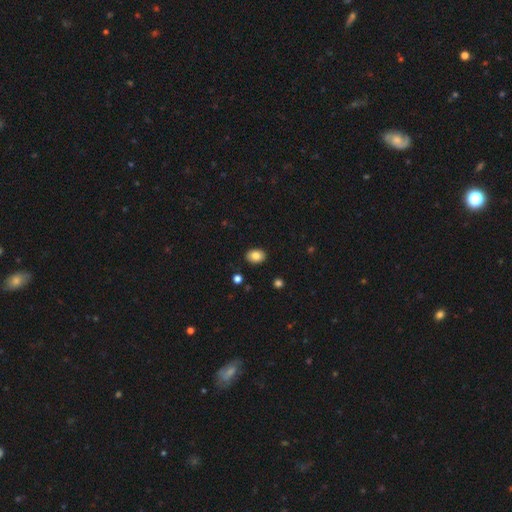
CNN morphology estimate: Q: Smooth or featured?
A: smooth (84%); runner-up: star or artifact (9%)
Q: How rounded?
A: in between (72%); runner-up: round (27%)
Q: Merging?
A: none (89%); runner-up: minor disturbance (8%)